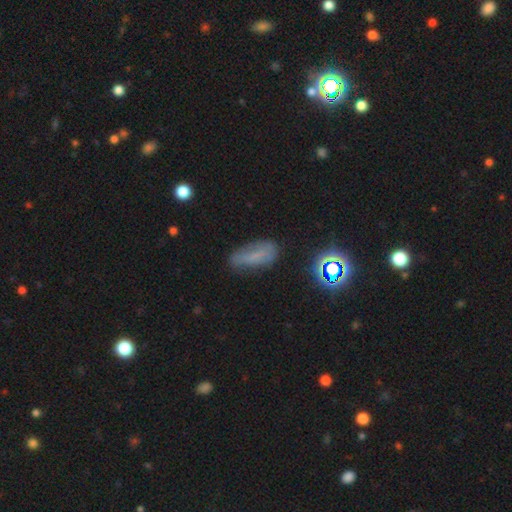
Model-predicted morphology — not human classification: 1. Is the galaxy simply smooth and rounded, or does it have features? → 58% smooth, 24% featured or disk, 19% star or artifact.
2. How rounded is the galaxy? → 73% in between, 22% cigar-shaped, 5% round.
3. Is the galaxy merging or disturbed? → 62% none, 26% minor disturbance, 9% major disturbance, 3% merger.